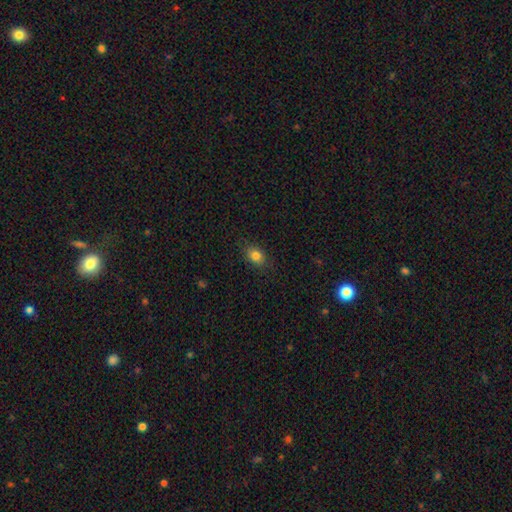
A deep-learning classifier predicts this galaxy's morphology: type=smooth (82%); roundness=in between (68%); merging=none (84%).